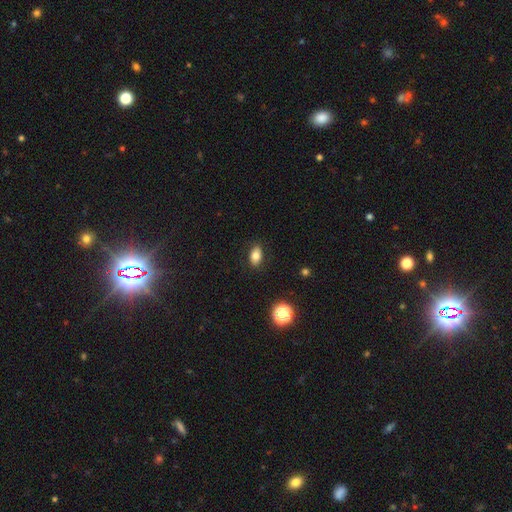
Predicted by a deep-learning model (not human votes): This appears to be a smooth galaxy with no disk features (79%) that is in between round and cigar-shaped (86%). Merging: none (87%).